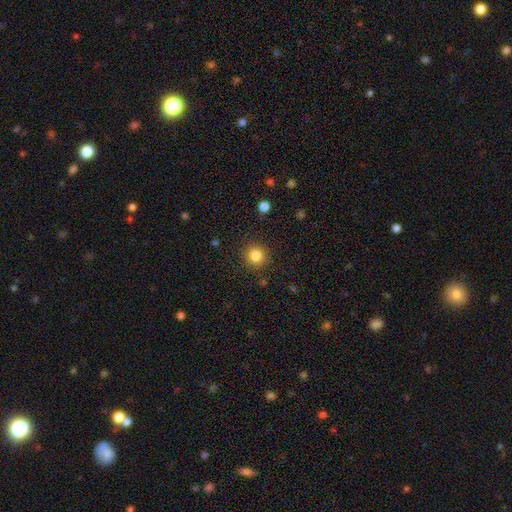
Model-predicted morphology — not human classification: Overall: smooth (83%). How rounded: round (93%). Merging: none (90%).